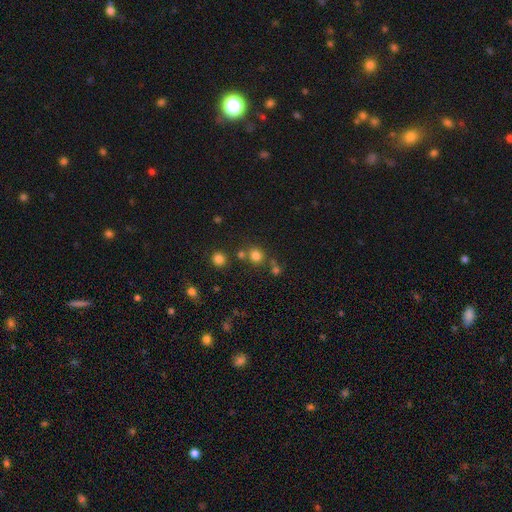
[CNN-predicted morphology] Overall: smooth (77%). How rounded: round (85%). Merging: none (72%).